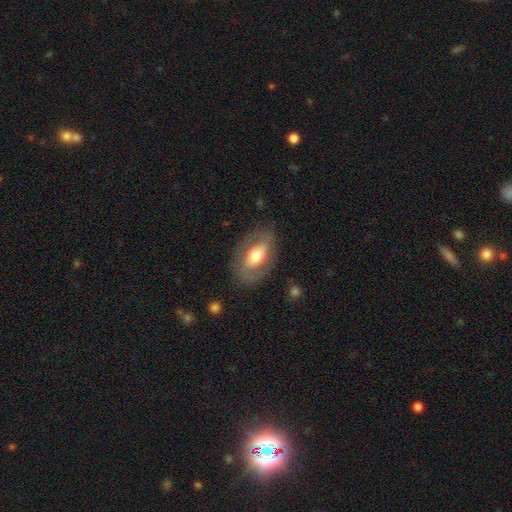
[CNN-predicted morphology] A featured or disk galaxy (51%). Merging: none (77%).